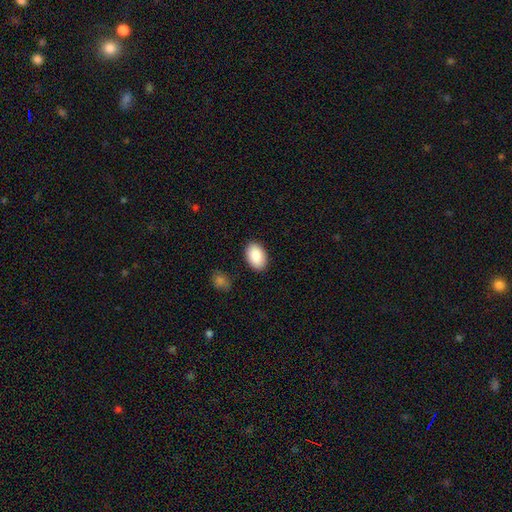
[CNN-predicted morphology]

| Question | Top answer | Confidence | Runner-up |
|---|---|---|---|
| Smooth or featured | smooth | 90% | star or artifact (6%) |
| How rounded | in between | 92% | round (7%) |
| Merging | none | 87% | minor disturbance (9%) |